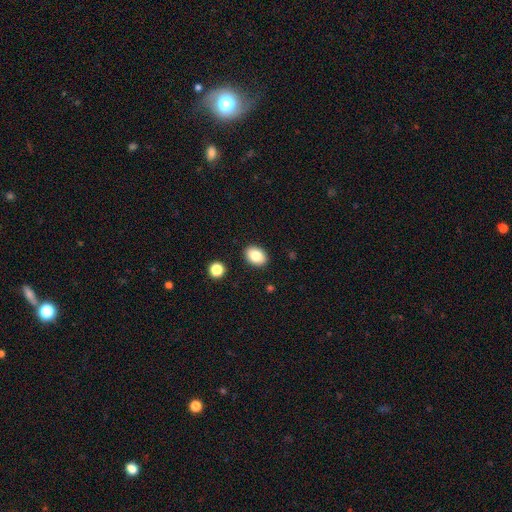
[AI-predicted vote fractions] Smooth or featured? Predicted: smooth (p=0.84). How rounded? Predicted: in between (p=0.76). Merging? Predicted: none (p=0.89).